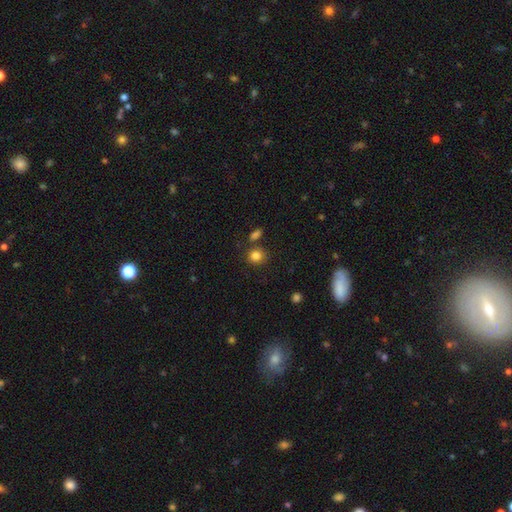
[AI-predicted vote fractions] Q: Smooth or featured?
A: smooth (84%); runner-up: star or artifact (11%)
Q: How rounded?
A: round (81%); runner-up: in between (18%)
Q: Merging?
A: none (76%); runner-up: minor disturbance (11%)